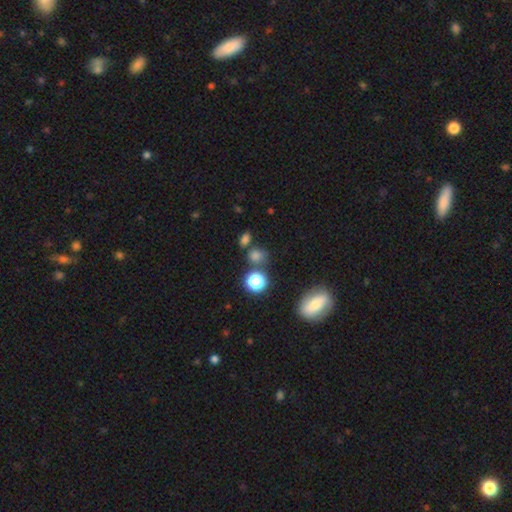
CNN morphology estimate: type=smooth (71%); roundness=round (60%); merging=none (67%).